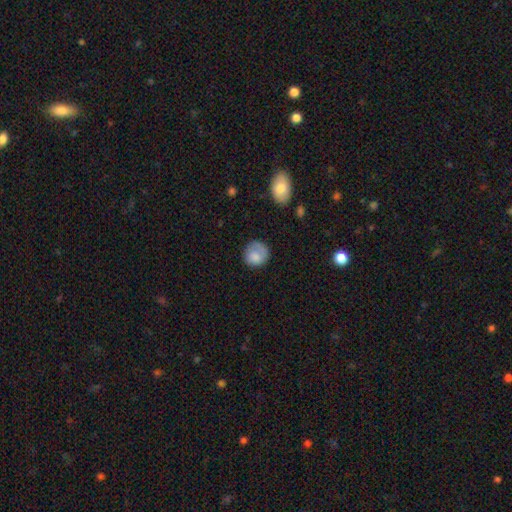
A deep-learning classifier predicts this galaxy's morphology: The model was most divided on "merging": none: 59%, minor disturbance: 24%, major disturbance: 14%, merger: 2%. More confident: how rounded — round (82%); smooth or featured — smooth (77%).